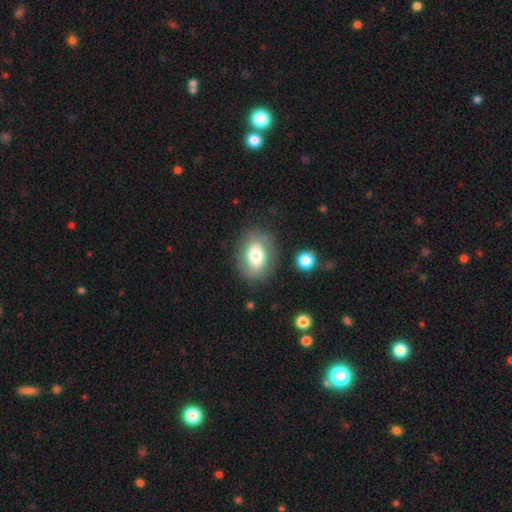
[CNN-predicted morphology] type=smooth (65%); roundness=in between (75%); merging=none (79%).